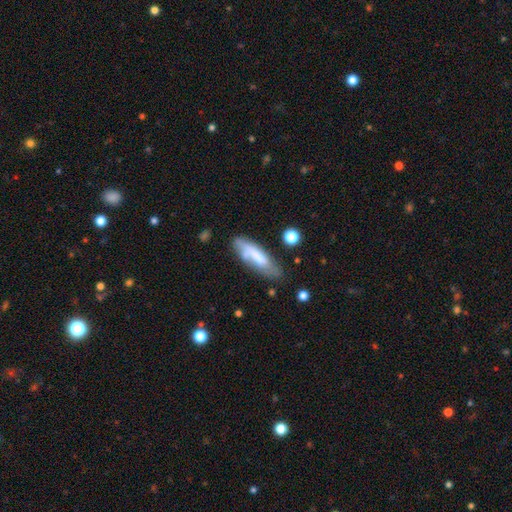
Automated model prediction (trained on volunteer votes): smooth 58%, featured or disk 35%, star or artifact 7%. Down the decision tree: how rounded — cigar-shaped (50%); merging — none (60%).